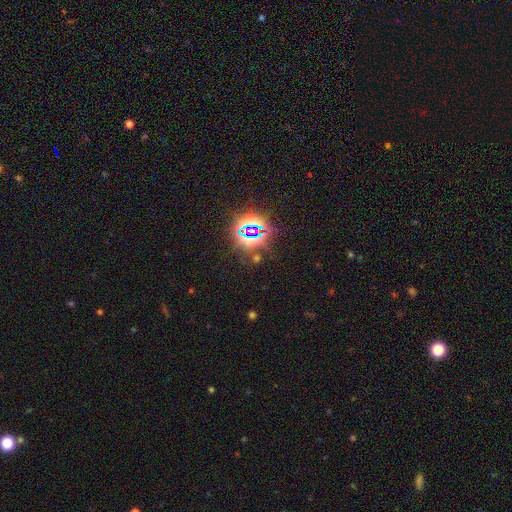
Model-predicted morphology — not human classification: A star or artifact, not a galaxy (79%).

Vote fractions:
- Smooth or featured? star or artifact: 79% / smooth: 13% / featured or disk: 8%